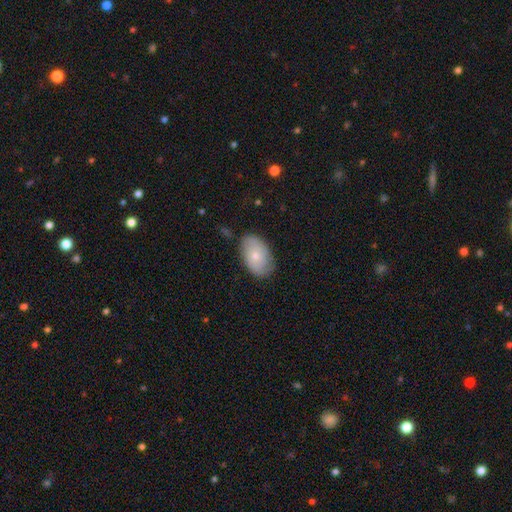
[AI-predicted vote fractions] Q: Smooth or featured?
A: smooth (63%); runner-up: featured or disk (30%)
Q: How rounded?
A: in between (91%); runner-up: round (8%)
Q: Merging?
A: none (78%); runner-up: minor disturbance (17%)